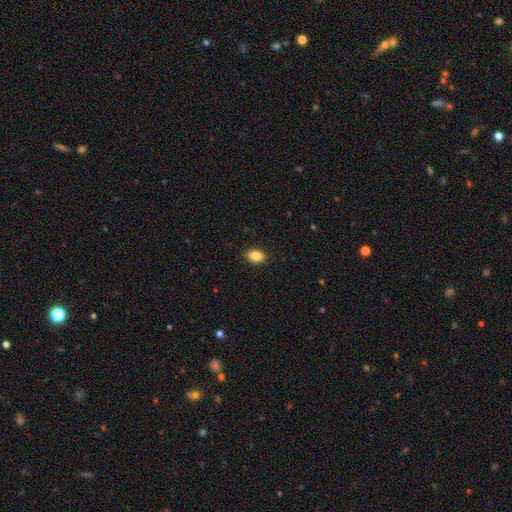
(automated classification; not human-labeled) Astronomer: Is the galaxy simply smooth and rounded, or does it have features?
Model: smooth — 86%.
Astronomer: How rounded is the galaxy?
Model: in between — 85%.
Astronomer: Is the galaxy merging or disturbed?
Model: none — 89%.